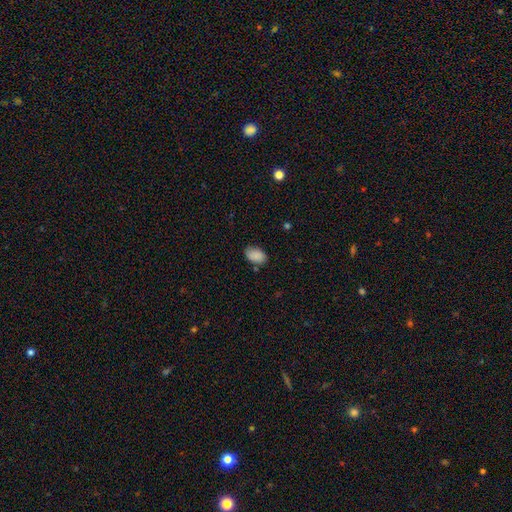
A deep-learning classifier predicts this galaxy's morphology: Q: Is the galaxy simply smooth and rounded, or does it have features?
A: smooth — 87%.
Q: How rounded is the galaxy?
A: in between — 91%.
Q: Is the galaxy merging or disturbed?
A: none — 76%.